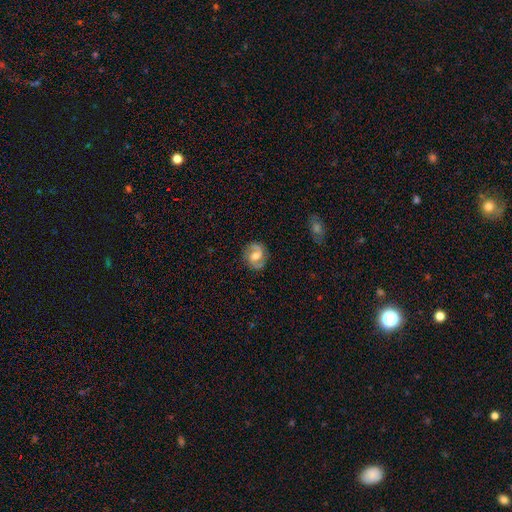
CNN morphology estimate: Overall: featured or disk (73%). Edge-on disk: no (97%). Bar: weak (51%; no 34%). Spiral arms: yes (92%). Spiral arm count: 2 (90%). Spiral winding: medium (51%; loose 26%). Bulge size: moderate (63%). Merging: none (83%).